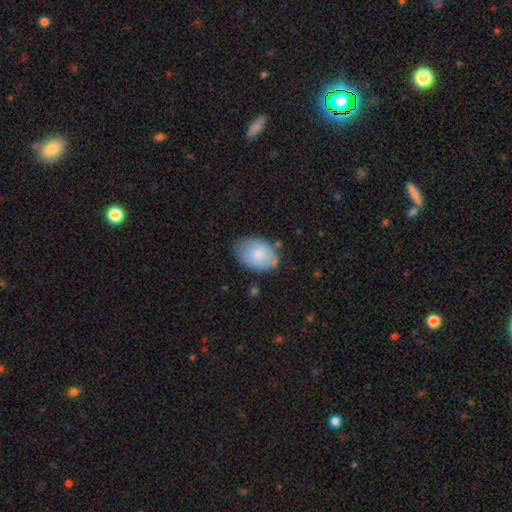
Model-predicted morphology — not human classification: A smooth galaxy with no disk features (83%) that is in between round and cigar-shaped (85%). Merging: none (71%).